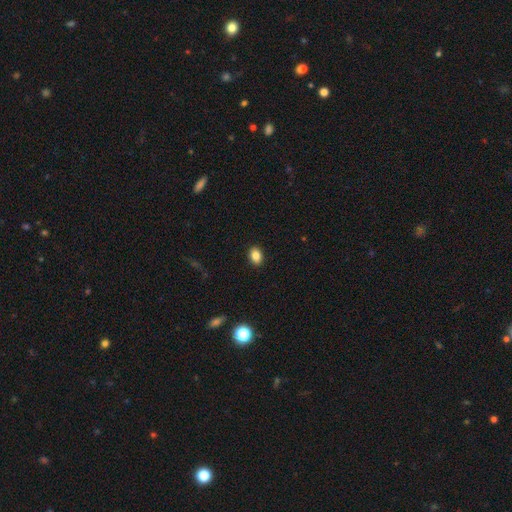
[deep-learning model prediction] Morphology: type=smooth (85%); roundness=in between (77%); merging=none (90%).